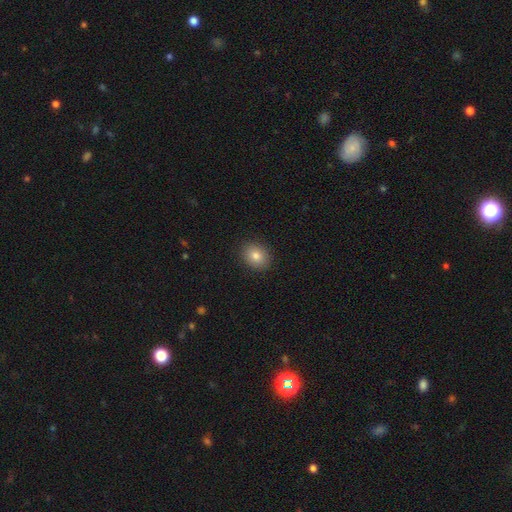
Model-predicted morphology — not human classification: This is clearly a smooth galaxy (82%). How rounded: possibly round (56%). Merging: clearly none (90%).